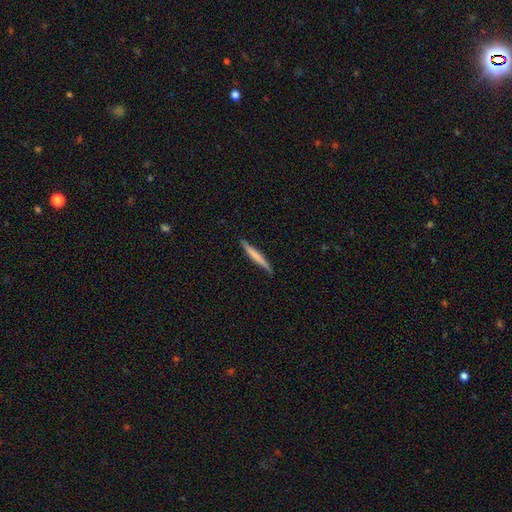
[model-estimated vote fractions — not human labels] Smooth or featured?
  - smooth: 62% *
  - featured or disk: 33%
  - star or artifact: 5%
How rounded?
  - cigar-shaped: 96% *
  - in between: 3%
  - round: 1%
Merging?
  - none: 86% *
  - minor disturbance: 11%
  - major disturbance: 2%
  - merger: 1%